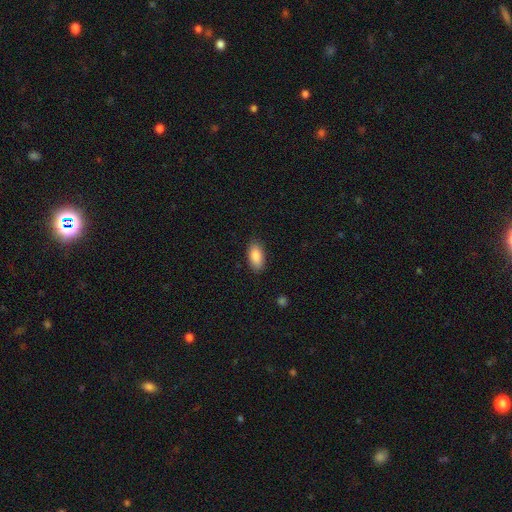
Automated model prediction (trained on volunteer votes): Smooth or featured?
  - smooth: 88% *
  - star or artifact: 7%
  - featured or disk: 5%
How rounded?
  - in between: 92% *
  - cigar-shaped: 6%
  - round: 2%
Merging?
  - none: 87% *
  - minor disturbance: 9%
  - major disturbance: 2%
  - merger: 1%